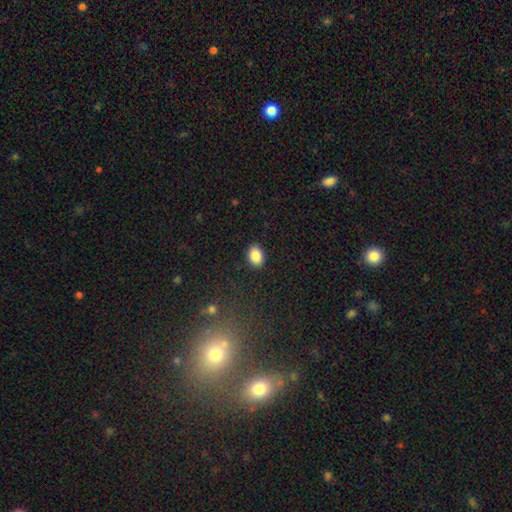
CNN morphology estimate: A smooth galaxy with no disk features (87%) that is in between round and cigar-shaped (72%).

Vote fractions:
- Smooth or featured? smooth: 87% / star or artifact: 8% / featured or disk: 5%
- How rounded? in between: 72% / round: 27% / cigar-shaped: 1%
- Merging? none: 90% / minor disturbance: 7% / major disturbance: 2% / merger: 1%